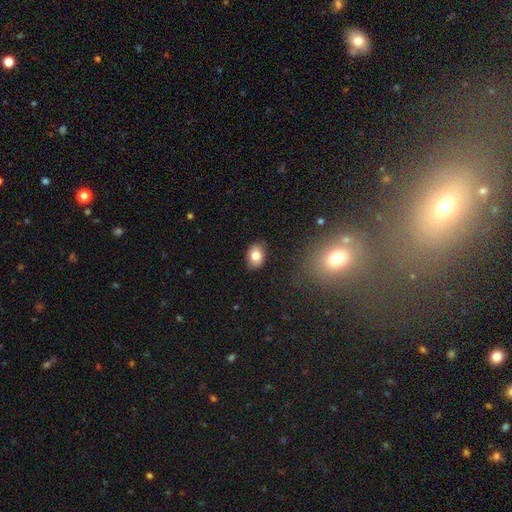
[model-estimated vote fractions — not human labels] Overall: smooth (81%). How rounded: in between (76%). Merging: none (86%).